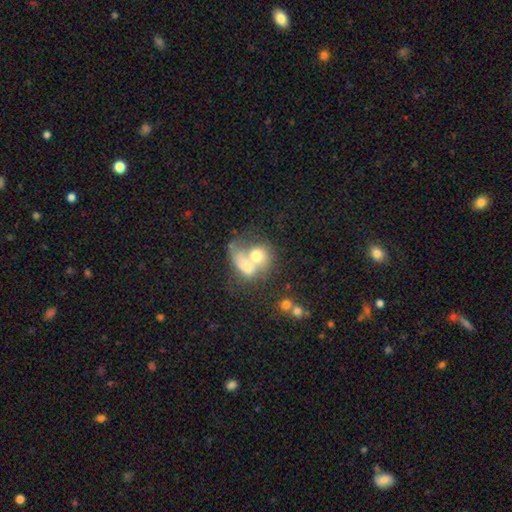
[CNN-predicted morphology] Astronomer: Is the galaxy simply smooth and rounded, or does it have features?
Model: smooth — 53% (runner-up: featured or disk, 38%).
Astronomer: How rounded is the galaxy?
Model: round — 52% (runner-up: in between, 46%).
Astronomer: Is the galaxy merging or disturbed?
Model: merger — 76%.